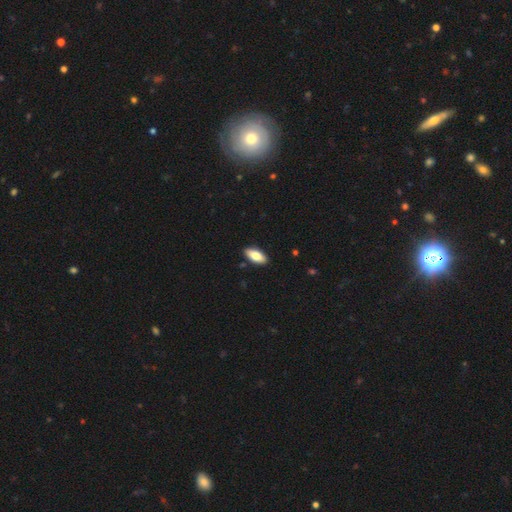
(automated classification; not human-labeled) Smooth or featured: smooth — 78% (featured or disk — 16%)
How rounded: in between — 86% (cigar-shaped — 12%)
Merging: none — 89% (minor disturbance — 8%)